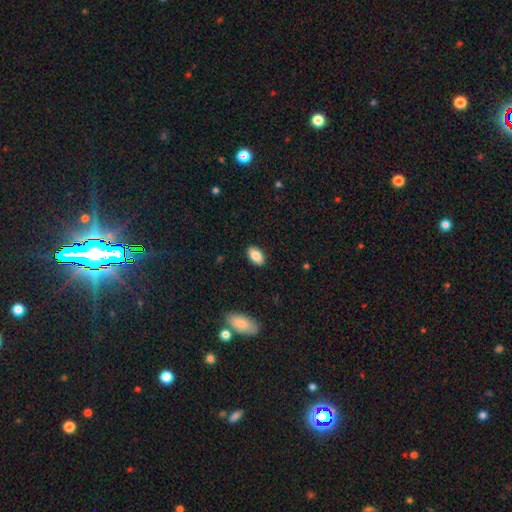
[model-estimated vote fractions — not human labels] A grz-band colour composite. It shows a smooth galaxy with no disk features (85%) that is in between round and cigar-shaped (92%). Merging: none (89%).